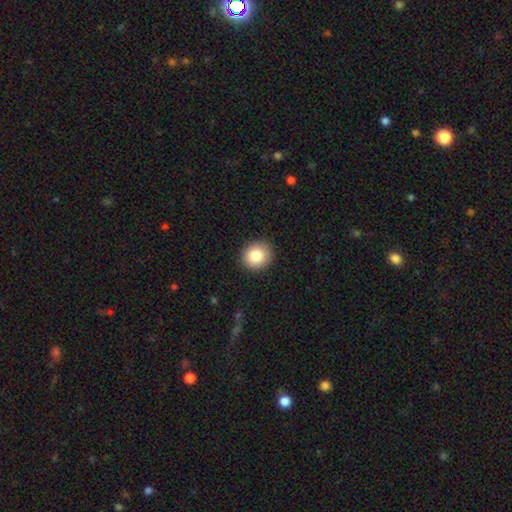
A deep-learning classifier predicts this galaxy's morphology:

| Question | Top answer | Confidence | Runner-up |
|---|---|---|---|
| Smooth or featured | smooth | 84% | star or artifact (9%) |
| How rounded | round | 85% | in between (14%) |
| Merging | none | 90% | minor disturbance (7%) |